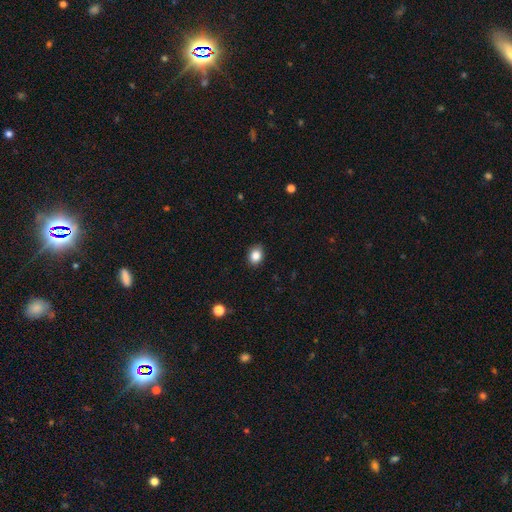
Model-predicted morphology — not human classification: smooth-or-featured: smooth: 85% | star or artifact: 10% | featured or disk: 5%
  how-rounded: in between: 57% | round: 42% | cigar-shaped: 1%
  merging: none: 88% | minor disturbance: 9% | major disturbance: 2% | merger: 1%